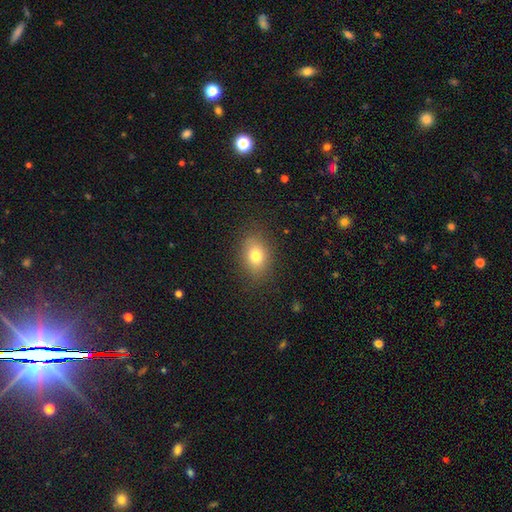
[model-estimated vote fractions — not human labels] Overall: smooth (78%). How rounded: in between (70%). Merging: none (84%).